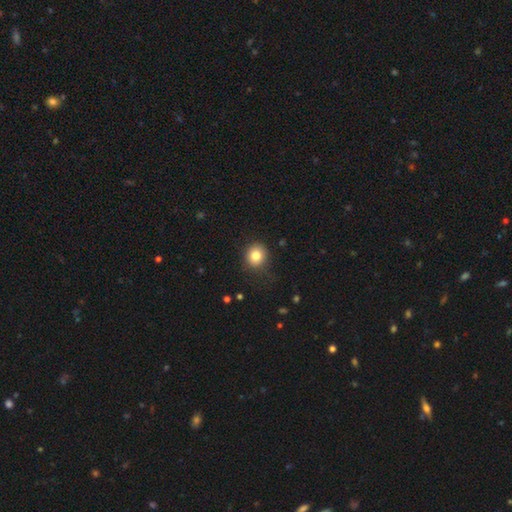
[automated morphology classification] A smooth galaxy with no disk features (82%) that is round (82%). Merging: none (84%).